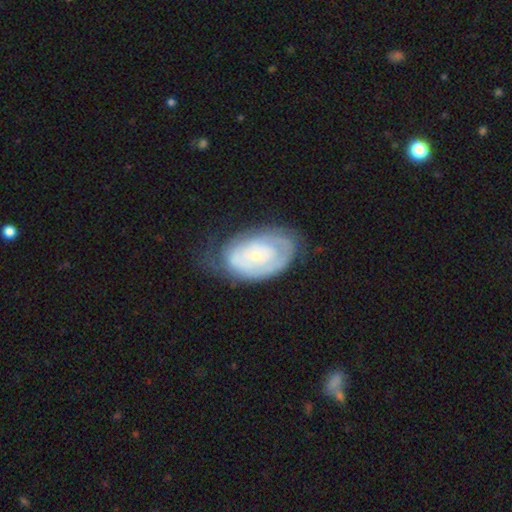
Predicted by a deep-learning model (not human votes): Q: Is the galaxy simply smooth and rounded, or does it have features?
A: featured or disk — 69%.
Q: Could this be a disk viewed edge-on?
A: no — 96%.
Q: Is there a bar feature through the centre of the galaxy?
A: no — 81%.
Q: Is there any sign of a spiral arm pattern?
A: yes — 74%.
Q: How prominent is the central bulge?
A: small — 76%.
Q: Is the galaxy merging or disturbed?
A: none — 55%.